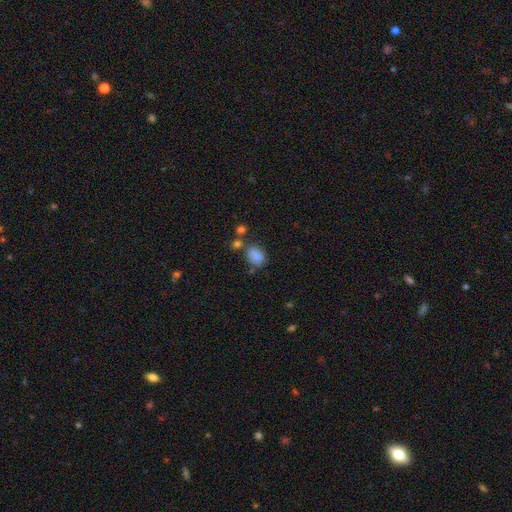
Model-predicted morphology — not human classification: smooth-or-featured: smooth: 83% | star or artifact: 11% | featured or disk: 6%
  how-rounded: in between: 66% | round: 33% | cigar-shaped: 1%
  merging: none: 60% | minor disturbance: 19% | merger: 15% | major disturbance: 7%